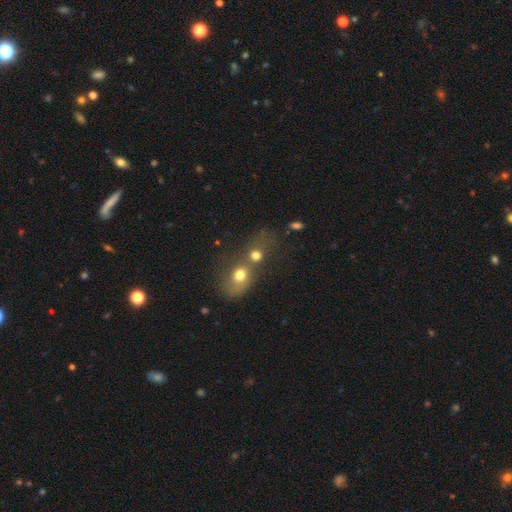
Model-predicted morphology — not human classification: The model was most divided on "how rounded": round: 67%, in between: 31%, cigar-shaped: 2%. More confident: smooth or featured — smooth (68%); merging — merger (66%).